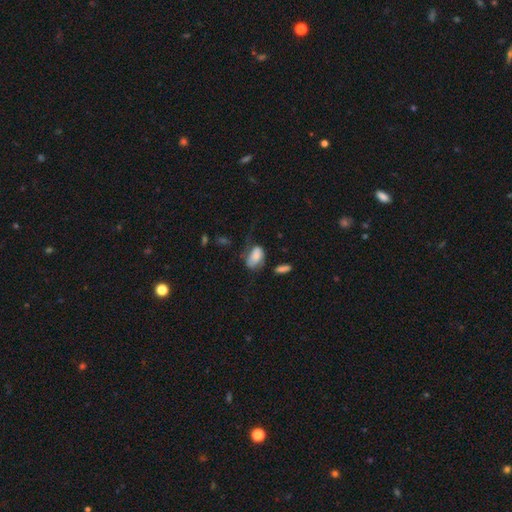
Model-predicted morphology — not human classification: smooth_or_featured: smooth (p=0.76) [alt: featured or disk p=0.16]
how_rounded: in between (p=0.90) [alt: round p=0.08]
merging: none (p=0.34) [alt: minor disturbance p=0.30]